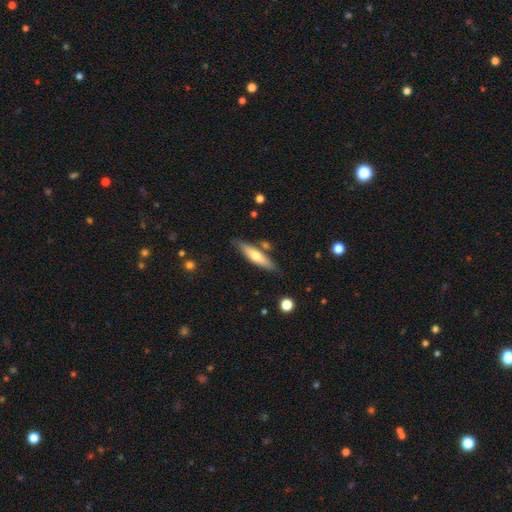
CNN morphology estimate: A smooth galaxy with no disk features (55%) that is cigar-shaped (77%). Merging: none (77%).